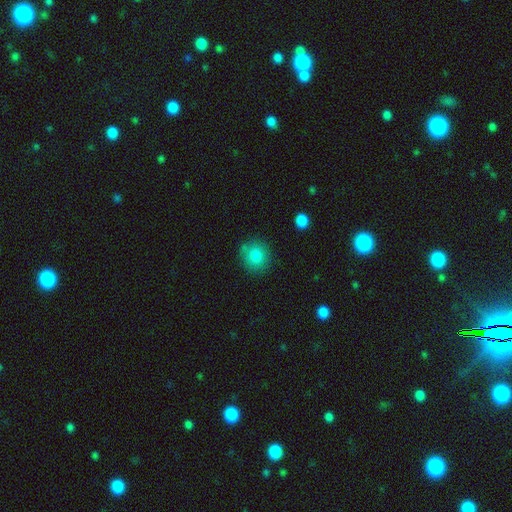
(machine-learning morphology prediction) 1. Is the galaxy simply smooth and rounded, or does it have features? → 83% smooth, 9% star or artifact, 8% featured or disk.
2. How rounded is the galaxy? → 86% round, 13% in between, 1% cigar-shaped.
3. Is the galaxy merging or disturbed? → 79% none, 13% minor disturbance, 4% merger, 3% major disturbance.